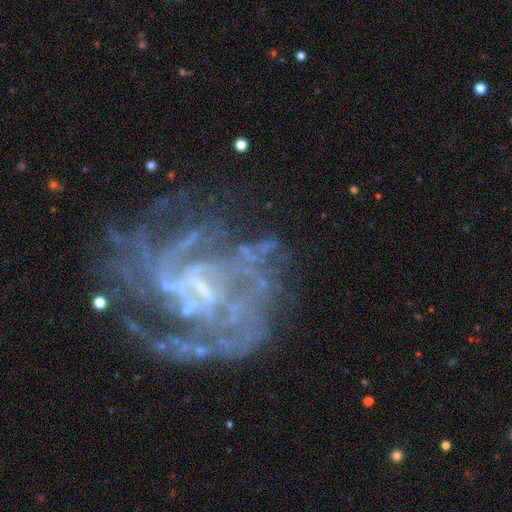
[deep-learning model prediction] Smooth or featured? Predicted: featured or disk (p=0.86). Edge-on disk? Predicted: no (p=0.98). Bar? Predicted: weak (p=0.51). Spiral arms? Predicted: yes (p=0.91). Spiral winding? Predicted: medium (p=0.41, tied with tight). Spiral arm count? Predicted: can't tell (p=0.33). Bulge size? Predicted: small (p=0.56). Merging? Predicted: none (p=0.52).